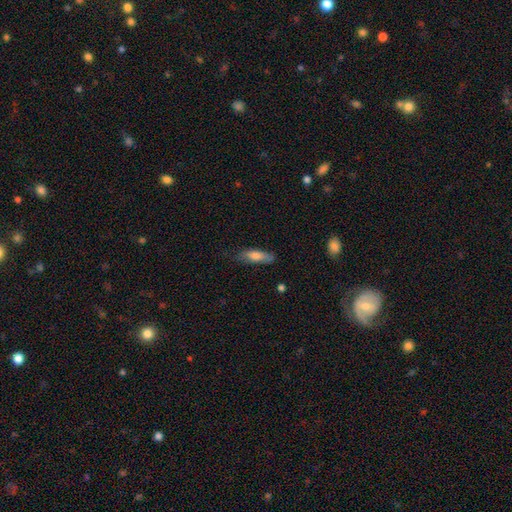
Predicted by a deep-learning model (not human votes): This is likely a smooth galaxy (75%). How rounded: possibly in between (49%, tied with cigar-shaped). Merging: likely none (70%).